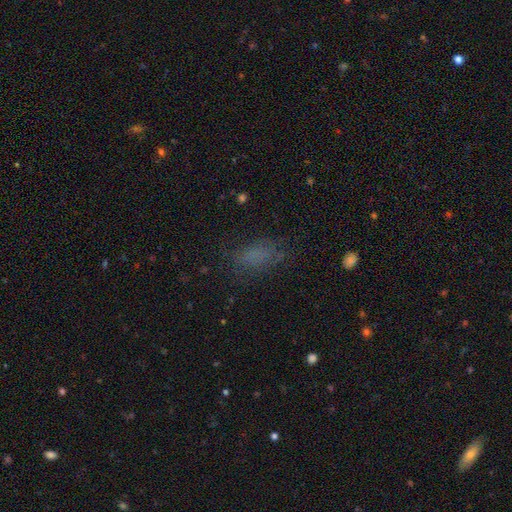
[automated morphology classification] This appears to be a smooth galaxy with no disk features (69%) that is in between round and cigar-shaped (82%). Merging: none (66%).